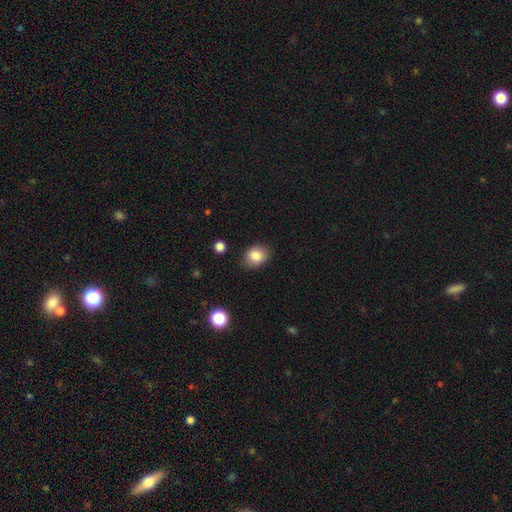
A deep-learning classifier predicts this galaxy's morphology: smooth 84%, star or artifact 9%, featured or disk 6%. Down the decision tree: how rounded — round (51%); merging — none (83%).